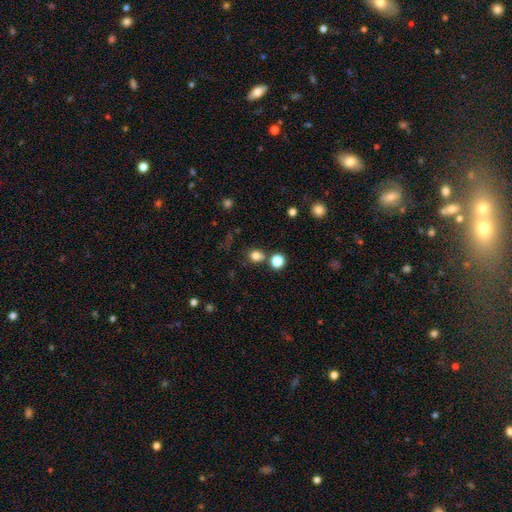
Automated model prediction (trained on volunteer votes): smooth 80%, star or artifact 15%, featured or disk 5%. Down the decision tree: how rounded — round (77%); merging — none (71%).